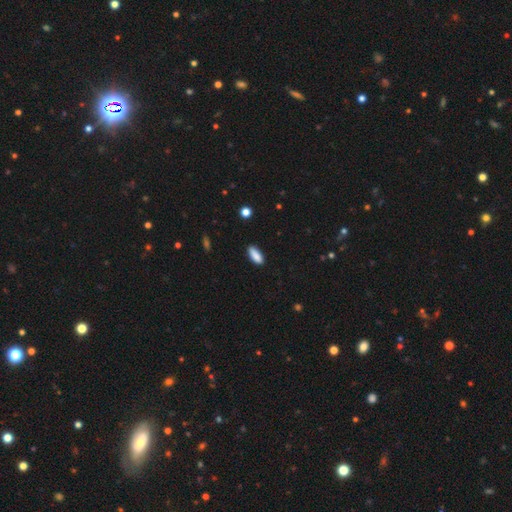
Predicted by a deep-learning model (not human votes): smooth-or-featured: smooth: 88% | star or artifact: 7% | featured or disk: 5%
  how-rounded: in between: 72% | cigar-shaped: 26% | round: 2%
  merging: none: 85% | minor disturbance: 12% | major disturbance: 2% | merger: 1%